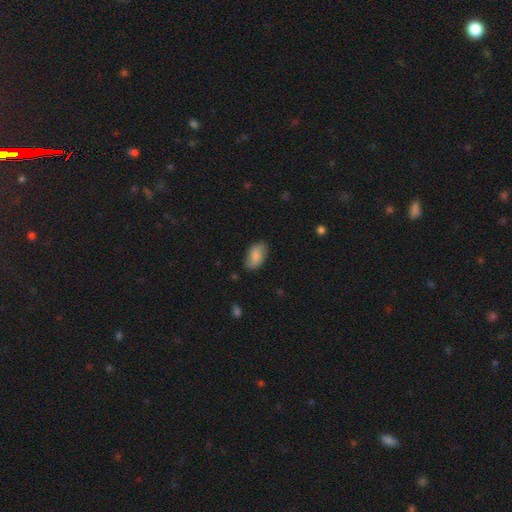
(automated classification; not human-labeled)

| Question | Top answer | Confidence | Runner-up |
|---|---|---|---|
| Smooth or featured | smooth | 82% | featured or disk (11%) |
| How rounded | in between | 93% | round (5%) |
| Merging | none | 78% | minor disturbance (17%) |